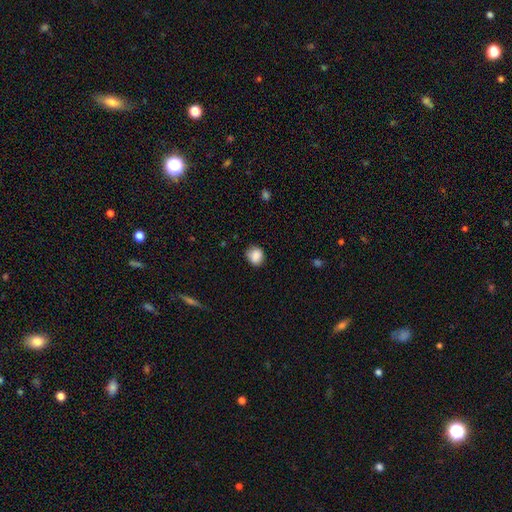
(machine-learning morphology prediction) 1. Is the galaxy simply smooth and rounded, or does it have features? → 86% smooth, 9% star or artifact, 6% featured or disk.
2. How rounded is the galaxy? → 67% round, 32% in between, 1% cigar-shaped.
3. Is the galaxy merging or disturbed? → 74% none, 20% minor disturbance, 4% major disturbance, 2% merger.